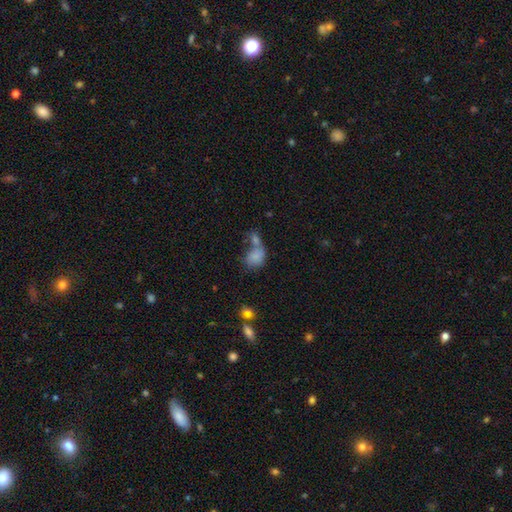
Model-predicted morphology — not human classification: smooth-or-featured: smooth: 79% | featured or disk: 11% | star or artifact: 10%
  how-rounded: in between: 65% | round: 34% | cigar-shaped: 2%
  merging: merger: 54% | none: 26% | minor disturbance: 12% | major disturbance: 9%